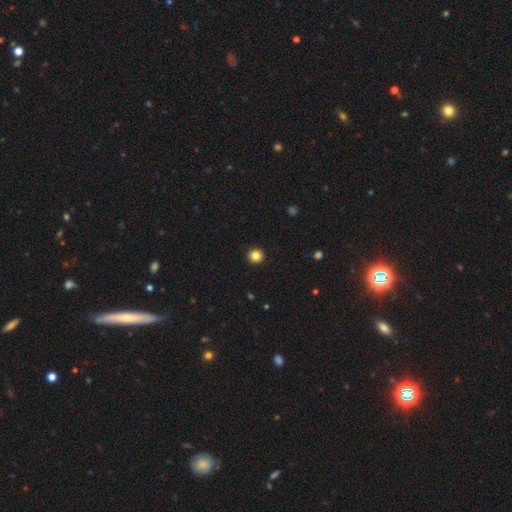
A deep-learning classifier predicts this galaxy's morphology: type=smooth (85%); roundness=round (94%); merging=none (93%).